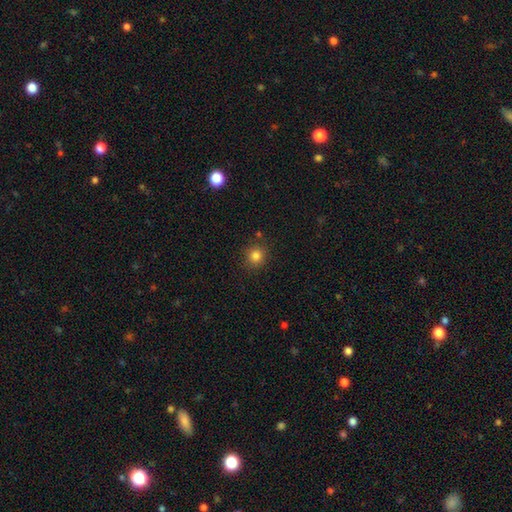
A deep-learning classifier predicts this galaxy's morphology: A smooth galaxy with no disk features (83%) that is round (88%).

Vote fractions:
- Smooth or featured? smooth: 83% / star or artifact: 12% / featured or disk: 5%
- How rounded? round: 88% / in between: 11% / cigar-shaped: 1%
- Merging? none: 86% / minor disturbance: 8% / merger: 3% / major disturbance: 2%